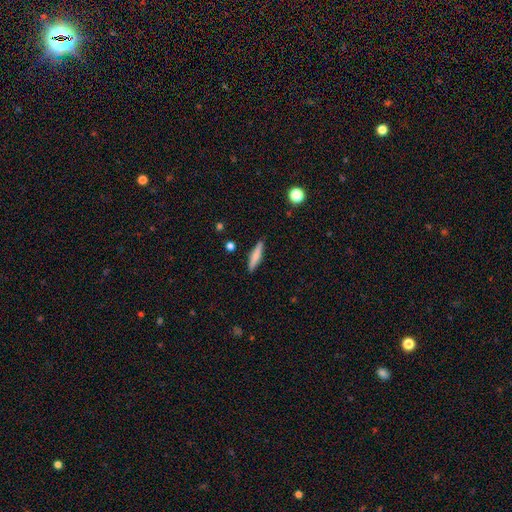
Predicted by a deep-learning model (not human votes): Smooth or featured? Predicted: smooth (p=0.68). How rounded? Predicted: cigar-shaped (p=0.86). Merging? Predicted: none (p=0.89).